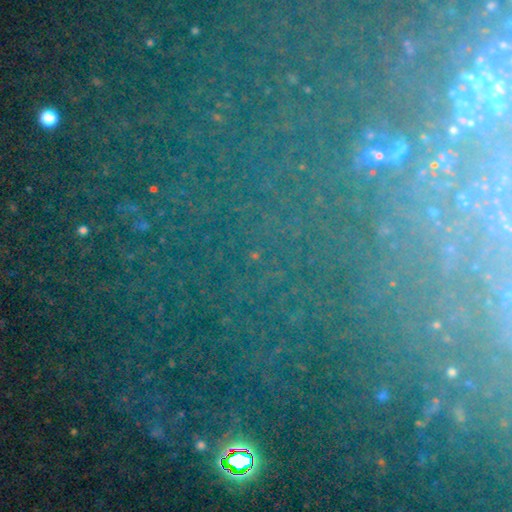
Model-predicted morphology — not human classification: A star or artifact, not a galaxy (68%).

Vote fractions:
- Smooth or featured? star or artifact: 68% / featured or disk: 16% / smooth: 15%